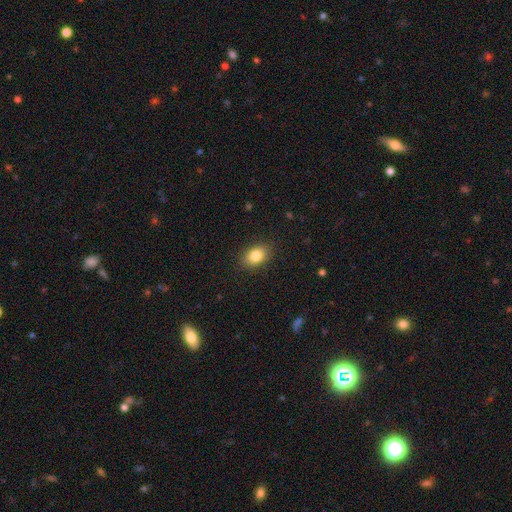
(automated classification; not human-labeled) Smooth or featured? Predicted: smooth (p=0.83). How rounded? Predicted: in between (p=0.78). Merging? Predicted: none (p=0.88).